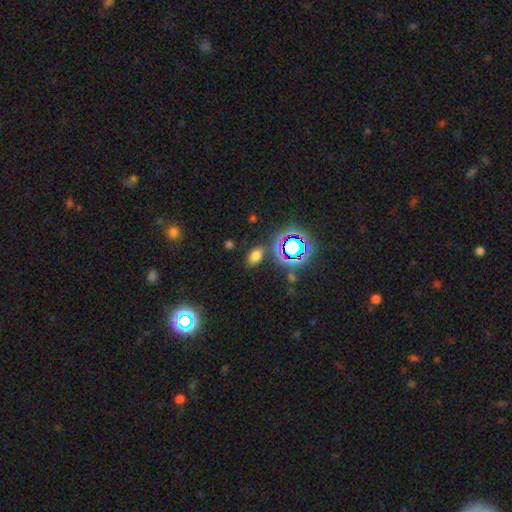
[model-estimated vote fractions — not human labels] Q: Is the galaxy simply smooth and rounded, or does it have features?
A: smooth — 67%.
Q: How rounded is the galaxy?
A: in between — 85%.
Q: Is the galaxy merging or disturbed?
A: none — 79%.